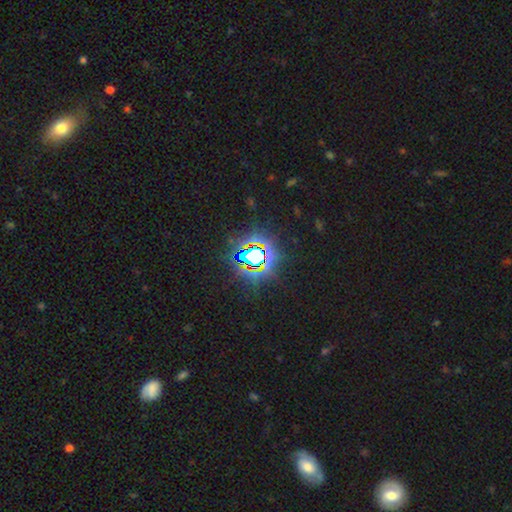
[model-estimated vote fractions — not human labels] Smooth or featured? star or artifact (78%)